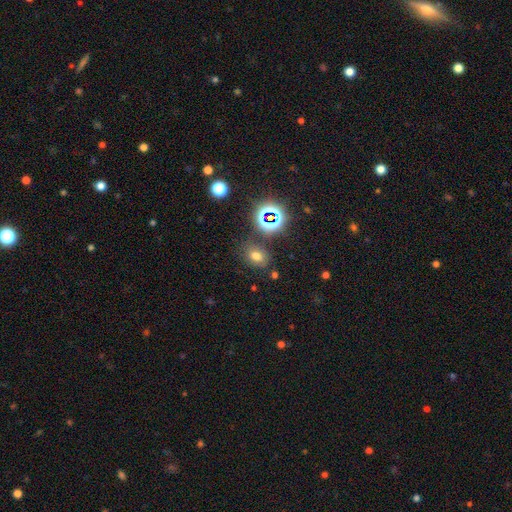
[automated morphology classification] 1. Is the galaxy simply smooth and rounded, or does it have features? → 63% smooth, 27% star or artifact, 10% featured or disk.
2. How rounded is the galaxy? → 60% in between, 39% round, 1% cigar-shaped.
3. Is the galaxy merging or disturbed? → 76% none, 13% minor disturbance, 7% merger, 5% major disturbance.